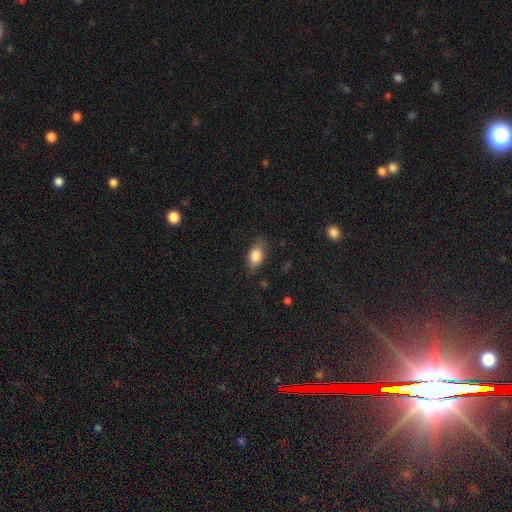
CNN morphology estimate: smooth-or-featured: smooth: 82% | featured or disk: 11% | star or artifact: 8%
  how-rounded: in between: 85% | round: 11% | cigar-shaped: 5%
  merging: none: 77% | minor disturbance: 17% | major disturbance: 4% | merger: 1%